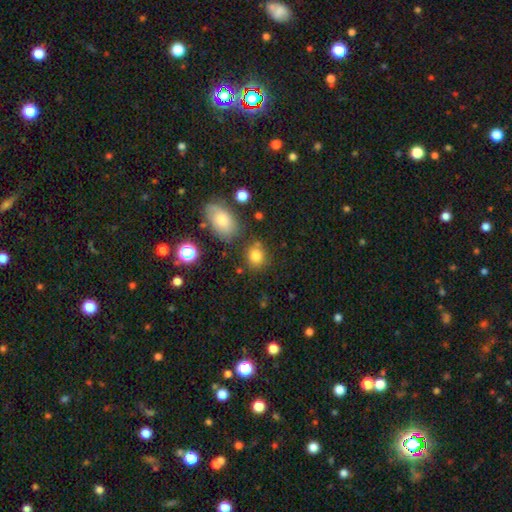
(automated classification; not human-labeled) Smooth or featured? smooth (81%)
How rounded? round (72%)
Merging? none (75%)